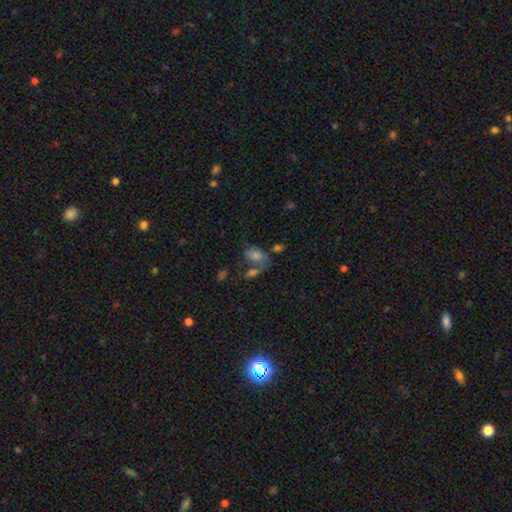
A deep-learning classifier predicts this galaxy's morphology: Smooth or featured? smooth (58%)
How rounded? in between (82%)
Merging? none (40%)